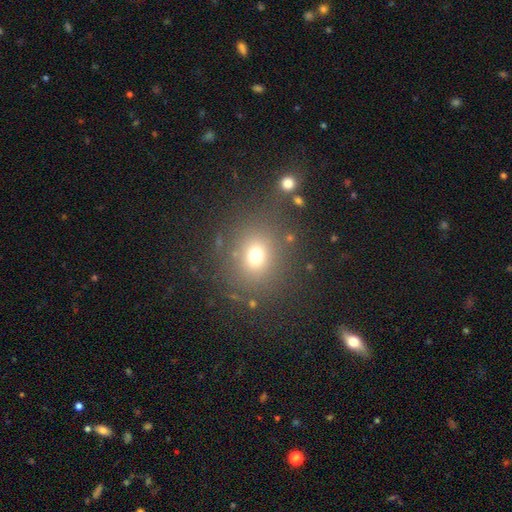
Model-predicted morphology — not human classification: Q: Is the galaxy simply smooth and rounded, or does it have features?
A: smooth — 70%.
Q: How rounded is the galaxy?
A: round — 76%.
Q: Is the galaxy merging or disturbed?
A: none — 79%.